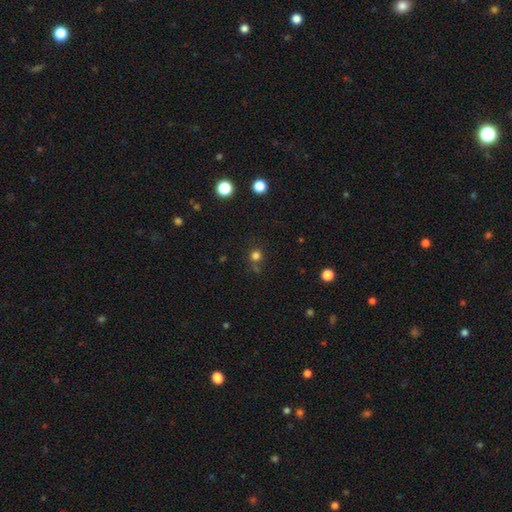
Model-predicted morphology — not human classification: Smooth or featured?
  - smooth: 75% *
  - star or artifact: 19%
  - featured or disk: 5%
How rounded?
  - round: 91% *
  - in between: 8%
  - cigar-shaped: 1%
Merging?
  - none: 72% *
  - merger: 12%
  - minor disturbance: 11%
  - major disturbance: 5%